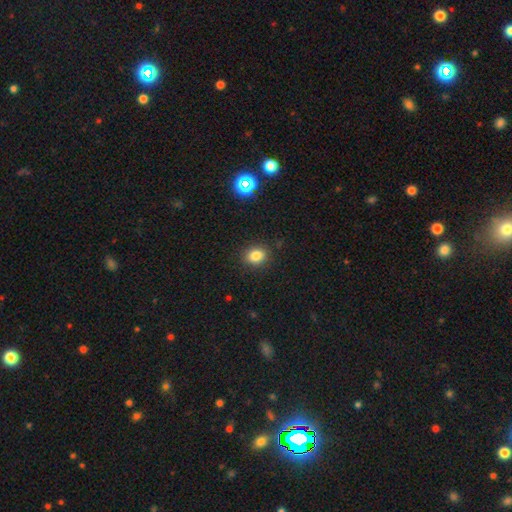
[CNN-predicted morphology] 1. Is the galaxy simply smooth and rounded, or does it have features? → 82% smooth, 12% star or artifact, 6% featured or disk.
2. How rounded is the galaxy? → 53% round, 46% in between, 1% cigar-shaped.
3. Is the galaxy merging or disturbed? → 88% none, 8% minor disturbance, 2% major disturbance, 1% merger.